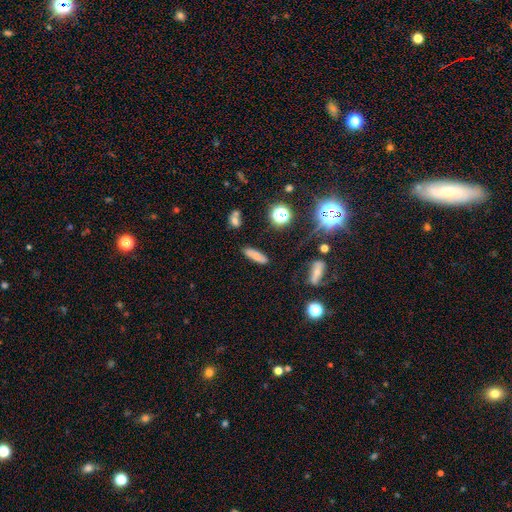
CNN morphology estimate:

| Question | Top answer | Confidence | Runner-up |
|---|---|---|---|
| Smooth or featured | smooth | 73% | featured or disk (14%) |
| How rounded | cigar-shaped | 61% | in between (36%) |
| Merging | none | 81% | minor disturbance (12%) |